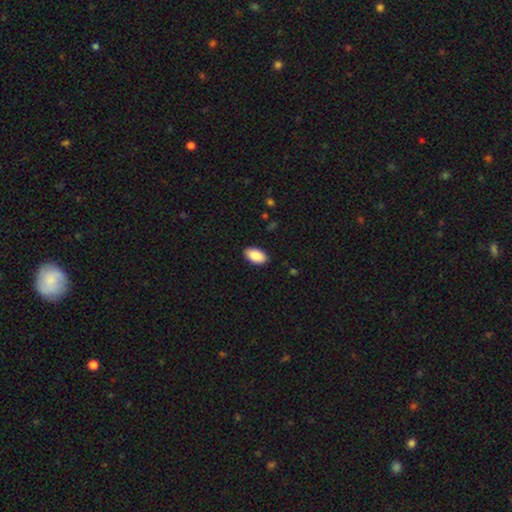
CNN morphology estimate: Smooth or featured? Predicted: smooth (p=0.90). How rounded? Predicted: in between (p=0.95). Merging? Predicted: none (p=0.88).